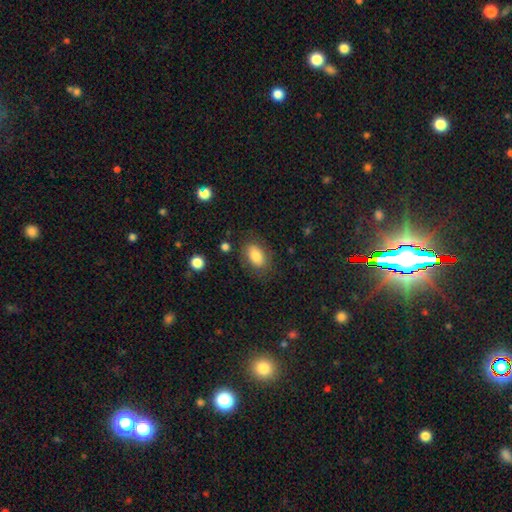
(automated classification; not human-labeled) A smooth galaxy with no disk features (80%) that is in between round and cigar-shaped (88%). Merging: none (77%).